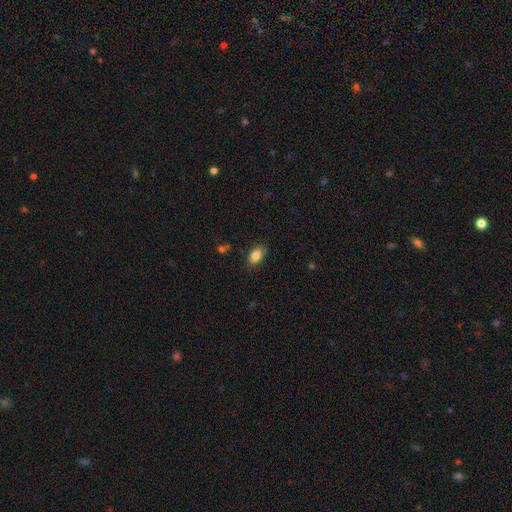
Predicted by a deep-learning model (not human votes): Morphology: type=smooth (84%); roundness=in between (90%); merging=none (82%).